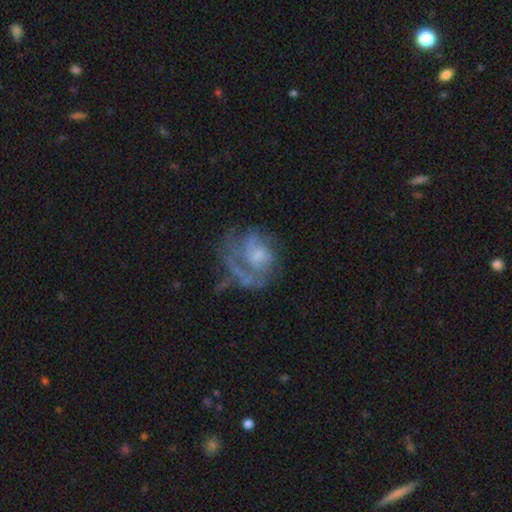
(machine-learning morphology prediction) Smooth or featured?
  - featured or disk: 70% *
  - smooth: 20%
  - star or artifact: 10%
Edge-on disk?
  - no: 98% *
  - yes: 2%
Bar?
  - no: 72% *
  - weak: 24%
  - strong: 4%
Spiral arms?
  - yes: 68% *
  - no: 32%
Bulge size?
  - small: 37% *
  - moderate: 32%
  - none: 25%
  - large: 5%
  - dominant: 2%
Merging?
  - none: 38% *
  - major disturbance: 37%
  - minor disturbance: 19%
  - merger: 7%